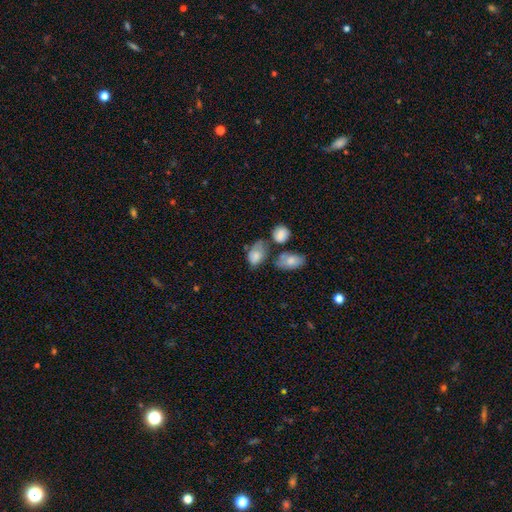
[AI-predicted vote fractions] This is likely a smooth galaxy (74%). How rounded: clearly in between (85%). Merging: marginally none (36%).